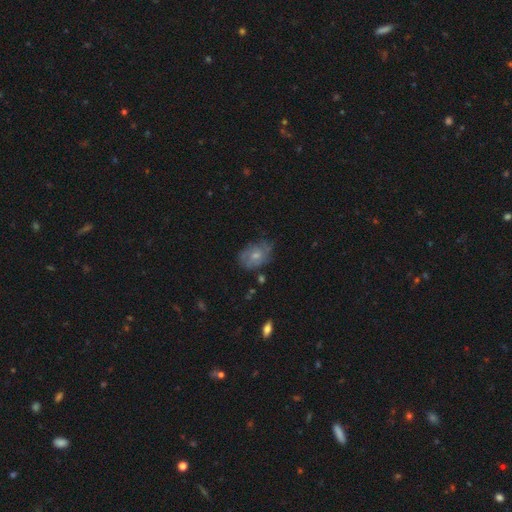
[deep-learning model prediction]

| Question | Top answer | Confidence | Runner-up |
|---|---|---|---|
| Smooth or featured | smooth | 49% | featured or disk (43%) |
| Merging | none | 55% | minor disturbance (31%) |